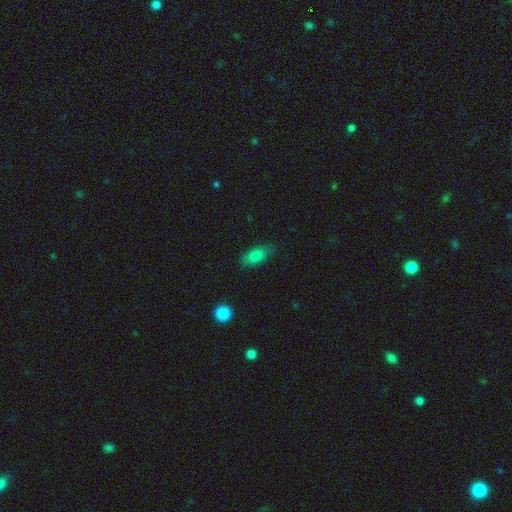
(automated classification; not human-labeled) This appears to be a smooth galaxy with no disk features (82%) that is in between round and cigar-shaped (86%). Merging: none (77%).